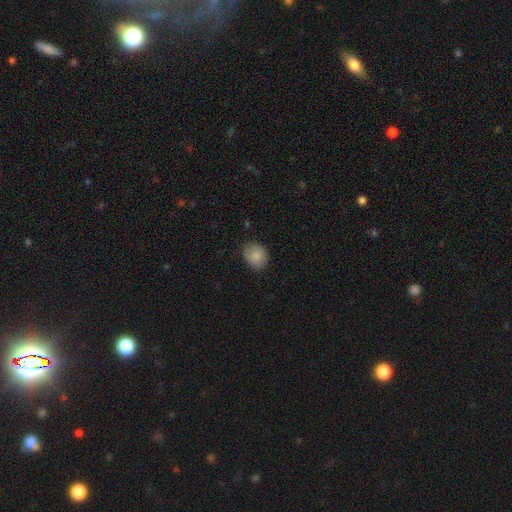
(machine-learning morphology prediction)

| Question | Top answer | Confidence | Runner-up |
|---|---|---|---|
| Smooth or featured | smooth | 86% | star or artifact (8%) |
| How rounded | round | 62% | in between (37%) |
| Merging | none | 75% | minor disturbance (20%) |